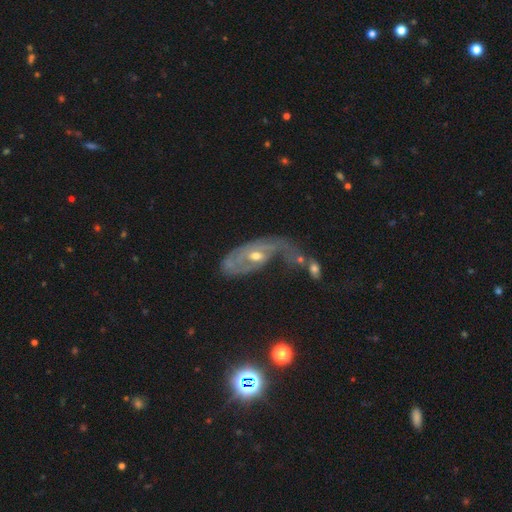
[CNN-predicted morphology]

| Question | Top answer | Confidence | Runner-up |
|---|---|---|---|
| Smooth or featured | featured or disk | 70% | smooth (20%) |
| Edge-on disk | no | 90% | yes (10%) |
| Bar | no | 71% | weak (22%) |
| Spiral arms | yes | 62% | no (38%) |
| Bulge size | moderate | 54% | small (40%) |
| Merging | major disturbance | 35% | merger (28%) |